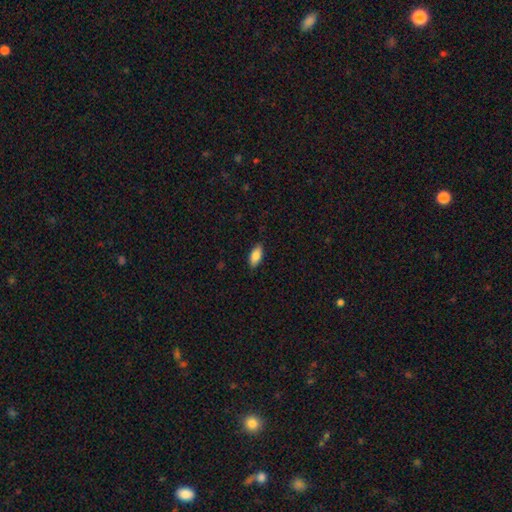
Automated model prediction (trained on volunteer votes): smooth-or-featured: smooth: 84% | featured or disk: 10% | star or artifact: 6%
  how-rounded: in between: 85% | cigar-shaped: 13% | round: 2%
  merging: none: 86% | minor disturbance: 11% | major disturbance: 2% | merger: 1%